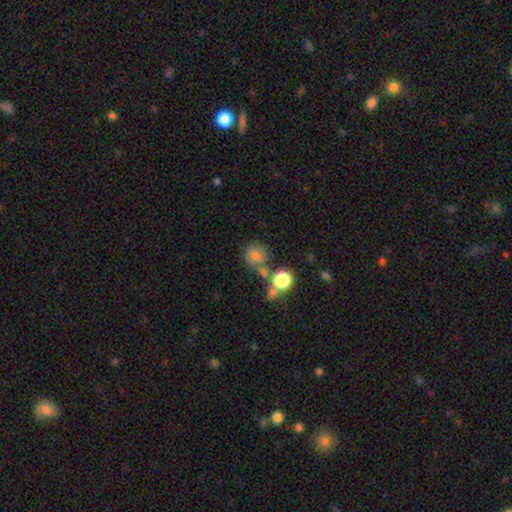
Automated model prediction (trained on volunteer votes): Overall: smooth (69%). How rounded: round (86%). Merging: none (52%; merger 26%).